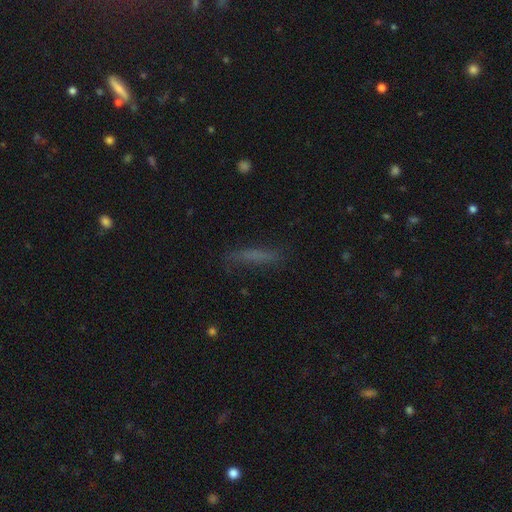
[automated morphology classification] Smooth or featured?
  - smooth: 61% *
  - featured or disk: 24%
  - star or artifact: 15%
How rounded?
  - cigar-shaped: 83% *
  - in between: 15%
  - round: 2%
Merging?
  - none: 71% *
  - minor disturbance: 19%
  - major disturbance: 8%
  - merger: 2%